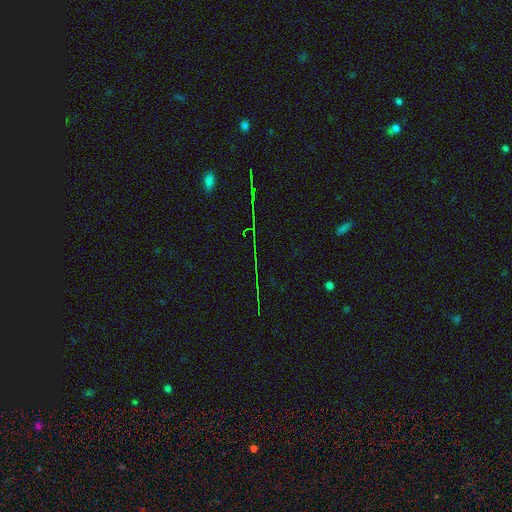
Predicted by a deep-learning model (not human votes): Smooth or featured? star or artifact (70%)